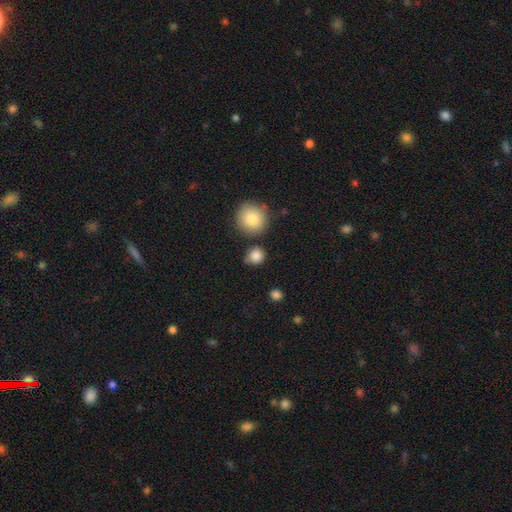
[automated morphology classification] This is clearly a smooth galaxy (85%). How rounded: clearly round (83%). Merging: likely none (72%).